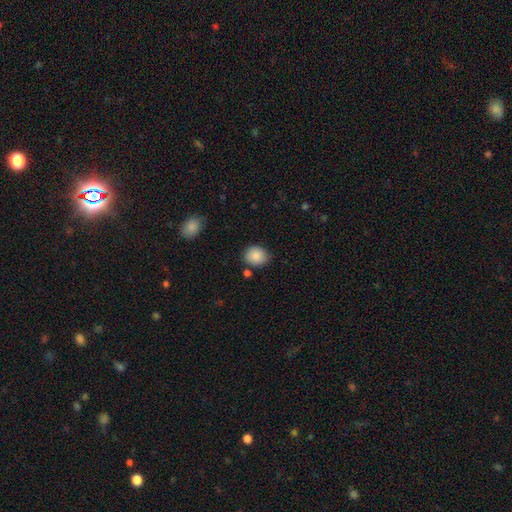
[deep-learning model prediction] Smooth or featured? smooth (88%)
How rounded? round (68%)
Merging? none (79%)